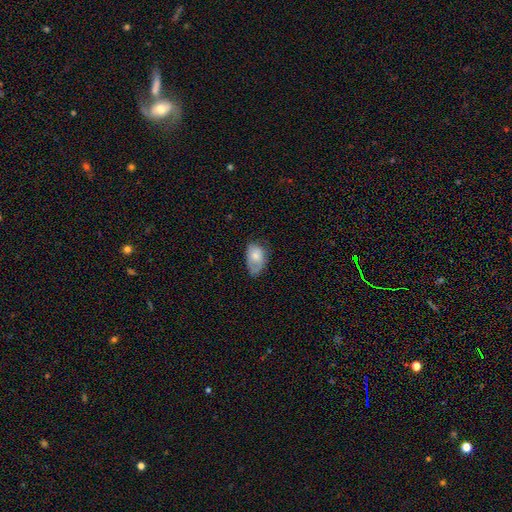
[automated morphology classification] Smooth or featured?
  - smooth: 67% *
  - featured or disk: 26%
  - star or artifact: 7%
How rounded?
  - in between: 89% *
  - round: 9%
  - cigar-shaped: 1%
Merging?
  - none: 42% *
  - minor disturbance: 37%
  - major disturbance: 19%
  - merger: 2%